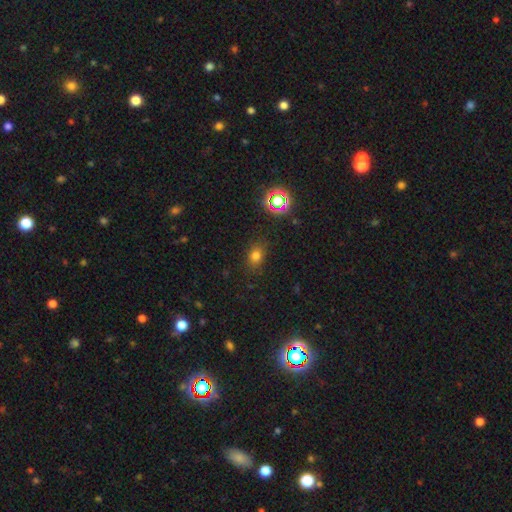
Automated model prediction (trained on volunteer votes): This is likely a smooth galaxy (74%). How rounded: possibly in between (55%). Merging: clearly none (81%).